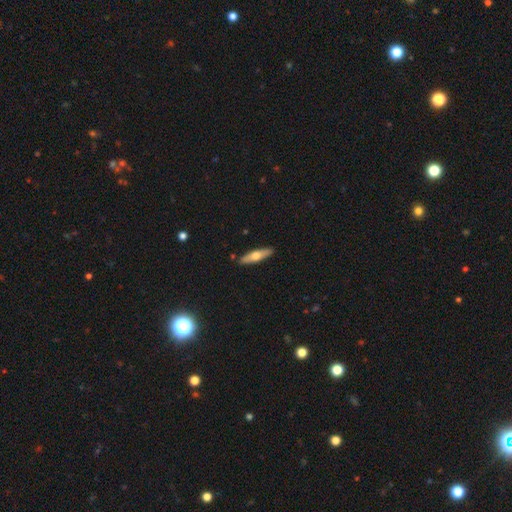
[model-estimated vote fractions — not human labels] smooth_or_featured: smooth (p=0.54) [alt: featured or disk p=0.41]
how_rounded: cigar-shaped (p=0.72) [alt: in between p=0.26]
merging: none (p=0.89) [alt: minor disturbance p=0.08]